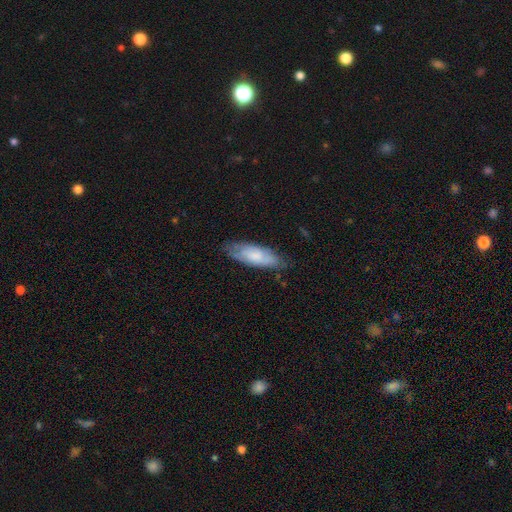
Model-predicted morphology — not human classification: smooth-or-featured: smooth: 66% | featured or disk: 28% | star or artifact: 6%
  how-rounded: in between: 66% | cigar-shaped: 32% | round: 2%
  merging: none: 72% | minor disturbance: 22% | major disturbance: 5% | merger: 1%